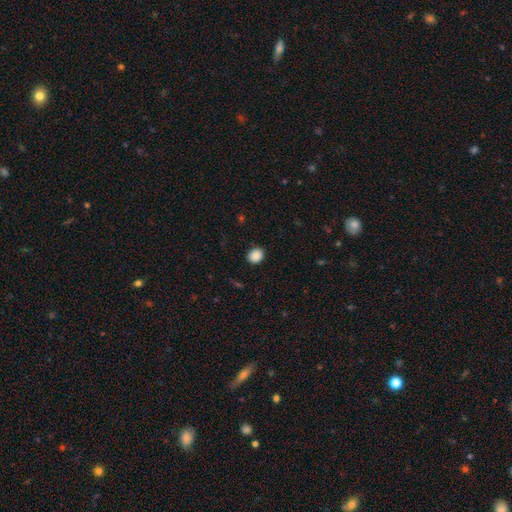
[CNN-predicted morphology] This is clearly a smooth galaxy (89%). How rounded: likely round (61%). Merging: clearly none (90%).